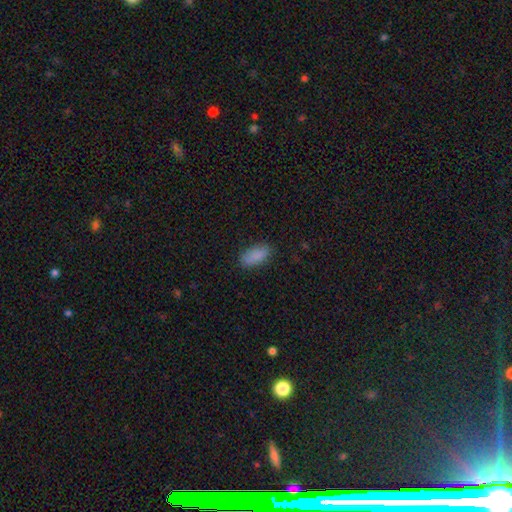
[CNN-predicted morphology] Smooth or featured?
  - smooth: 87% *
  - star or artifact: 8%
  - featured or disk: 5%
How rounded?
  - in between: 87% *
  - cigar-shaped: 10%
  - round: 3%
Merging?
  - none: 83% *
  - minor disturbance: 13%
  - major disturbance: 3%
  - merger: 1%